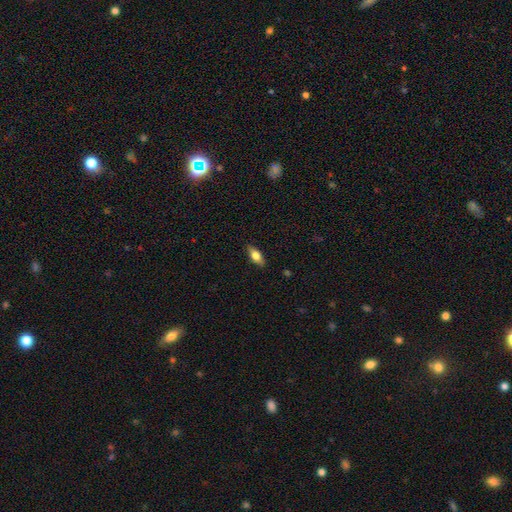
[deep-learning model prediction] Overall: smooth (64%; featured or disk 29%). How rounded: in between (75%). Merging: none (87%).